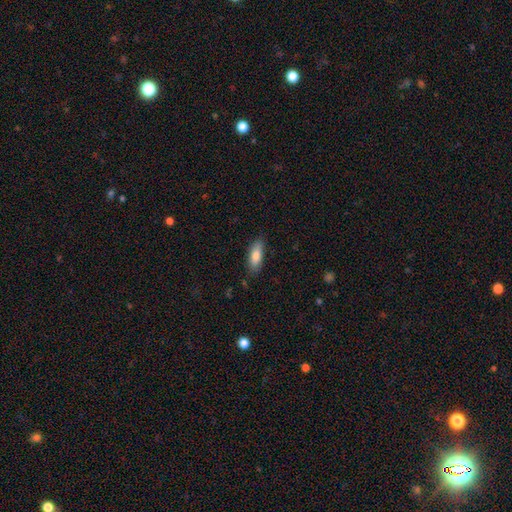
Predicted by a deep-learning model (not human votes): This appears to be a smooth galaxy with no disk features (81%) that is in between round and cigar-shaped (68%). Merging: none (82%).